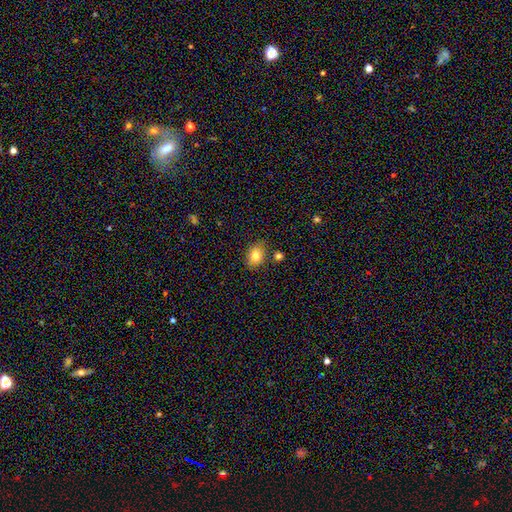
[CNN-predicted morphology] Q: Smooth or featured?
A: smooth (80%); runner-up: star or artifact (11%)
Q: How rounded?
A: round (53%); runner-up: in between (46%)
Q: Merging?
A: none (78%); runner-up: minor disturbance (13%)